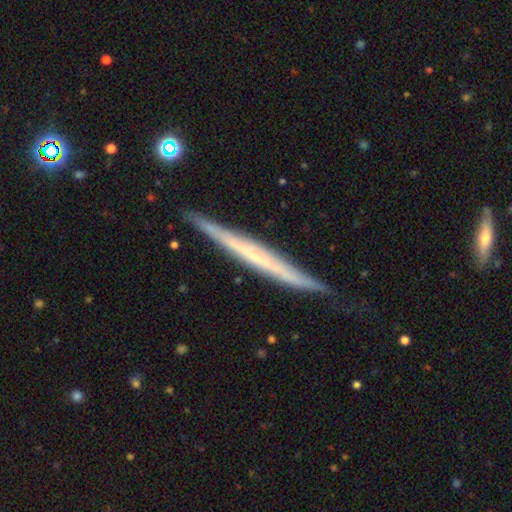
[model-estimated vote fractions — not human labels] Q: Smooth or featured?
A: featured or disk (63%); runner-up: smooth (31%)
Q: Edge-on disk?
A: yes (96%); runner-up: no (4%)
Q: Edge-on bulge?
A: none (83%); runner-up: rounded (10%)
Q: Merging?
A: none (81%); runner-up: minor disturbance (15%)